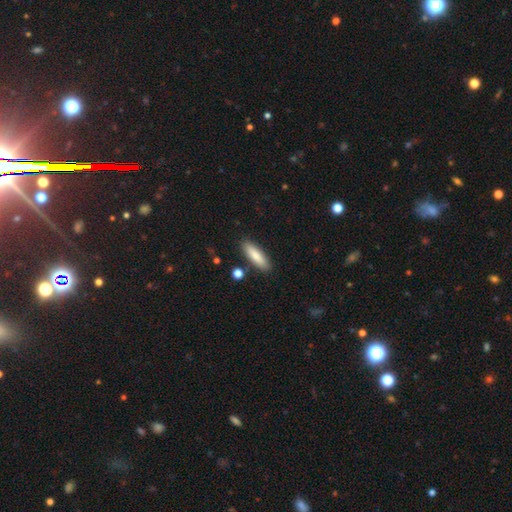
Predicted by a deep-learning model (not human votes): Smooth or featured?
  - smooth: 80% *
  - featured or disk: 14%
  - star or artifact: 6%
How rounded?
  - cigar-shaped: 55% *
  - in between: 44%
  - round: 2%
Merging?
  - none: 86% *
  - minor disturbance: 9%
  - merger: 3%
  - major disturbance: 2%